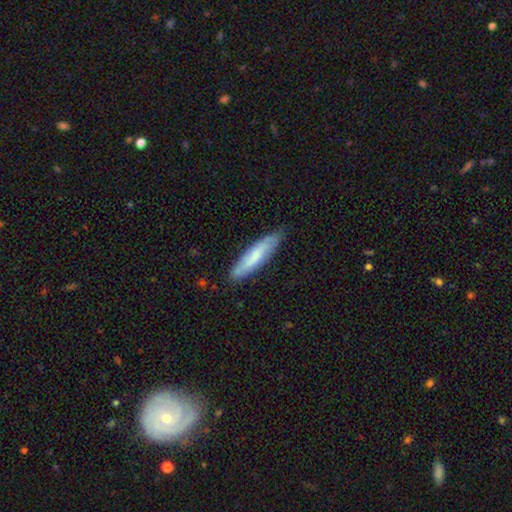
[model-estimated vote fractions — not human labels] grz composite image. It shows a smooth galaxy with no disk features (61%) that is cigar-shaped (81%). Merging: none (82%).